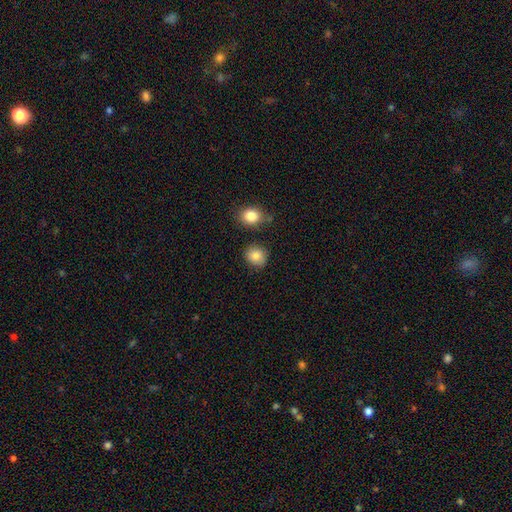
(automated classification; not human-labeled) Morphology: type=smooth (85%); roundness=round (75%); merging=none (82%).